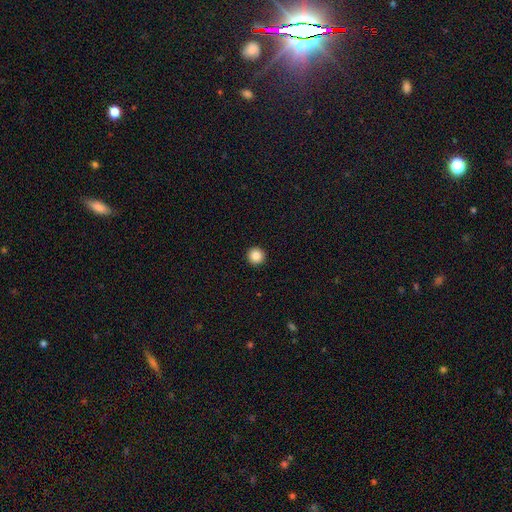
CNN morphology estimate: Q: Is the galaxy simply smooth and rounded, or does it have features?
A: smooth — 86%.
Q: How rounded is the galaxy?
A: round — 96%.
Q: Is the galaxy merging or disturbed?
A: none — 94%.